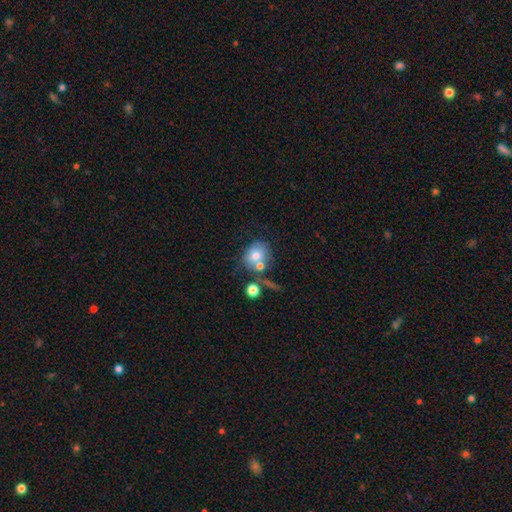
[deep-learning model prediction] Smooth or featured?
  - smooth: 71% *
  - featured or disk: 19%
  - star or artifact: 10%
How rounded?
  - round: 64% *
  - in between: 35%
  - cigar-shaped: 1%
Merging?
  - none: 44% *
  - merger: 34%
  - minor disturbance: 14%
  - major disturbance: 8%